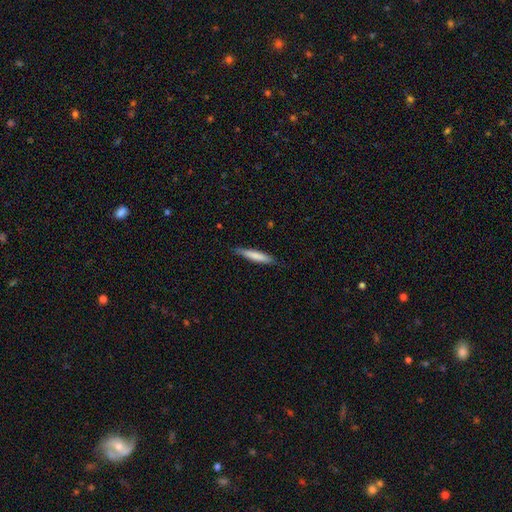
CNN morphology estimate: Smooth or featured? Predicted: smooth (p=0.74). How rounded? Predicted: cigar-shaped (p=0.90). Merging? Predicted: none (p=0.82).